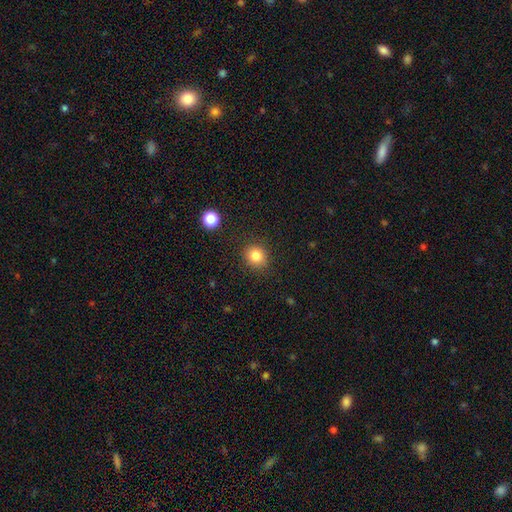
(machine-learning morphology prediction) This appears to be a smooth galaxy with no disk features (82%) that is round (83%). Merging: none (88%).